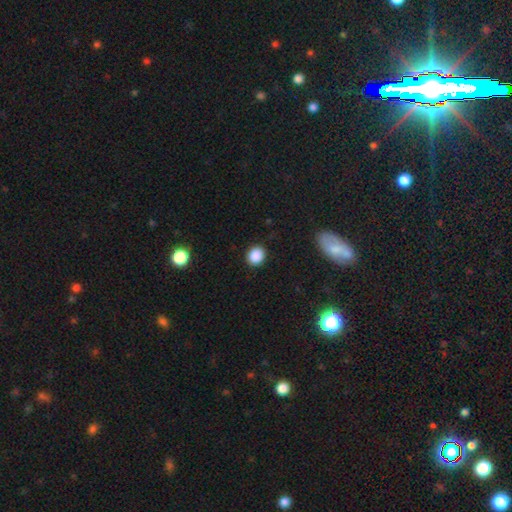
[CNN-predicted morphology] Smooth or featured? smooth (88%)
How rounded? round (71%)
Merging? none (90%)